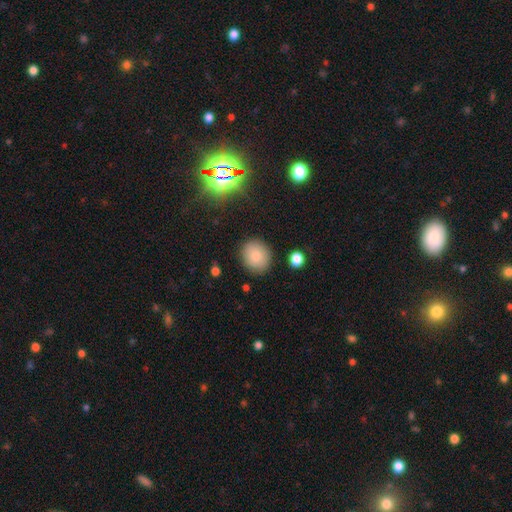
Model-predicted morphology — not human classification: Smooth or featured? smooth (82%)
How rounded? round (77%)
Merging? none (87%)